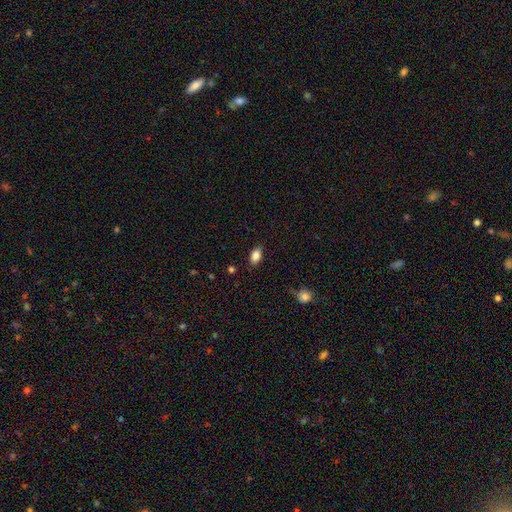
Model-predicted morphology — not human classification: smooth 85%, star or artifact 9%, featured or disk 6%. Down the decision tree: how rounded — in between (89%); merging — none (85%).